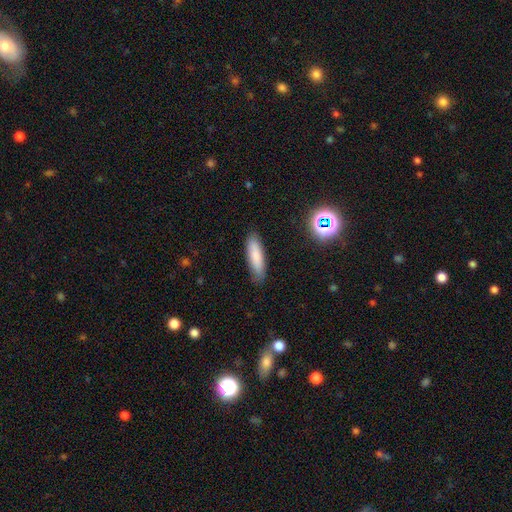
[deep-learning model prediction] Smooth or featured? smooth (82%)
How rounded? cigar-shaped (65%)
Merging? none (85%)